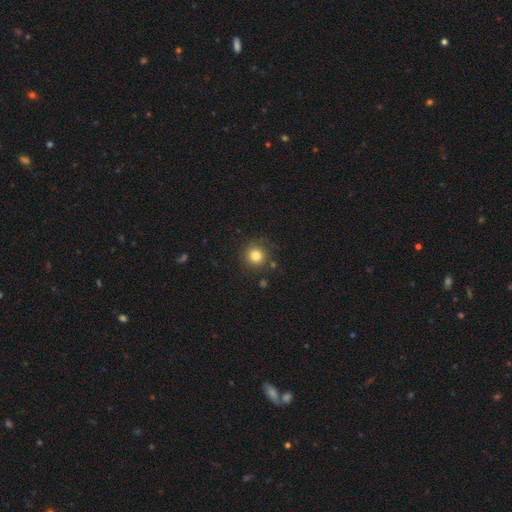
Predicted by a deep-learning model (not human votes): Overall: smooth (81%). How rounded: round (94%). Merging: none (84%).